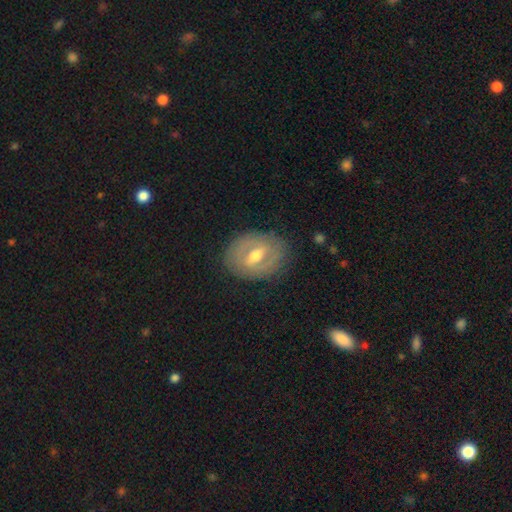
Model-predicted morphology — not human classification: A featured or disk galaxy (64%) with a weak bar (45%), no spiral arms (63%) and a moderate central bulge (75%).

Vote fractions:
- Smooth or featured? featured or disk: 64% / smooth: 30% / star or artifact: 6%
- Edge-on disk? no: 92% / yes: 8%
- Bar? weak: 45% / strong: 35% / no: 20%
- Spiral arms? no: 63% / yes: 37%
- Bulge size? moderate: 75% / small: 15% / large: 9% / none: 1% / dominant: 1%
- Merging? none: 81% / minor disturbance: 13% / major disturbance: 5% / merger: 1%